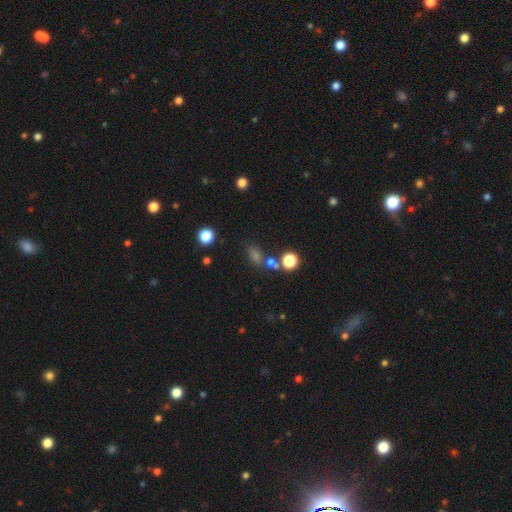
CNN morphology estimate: A smooth galaxy with no disk features (59%) that is in between round and cigar-shaped (60%). Merging: none (66%).